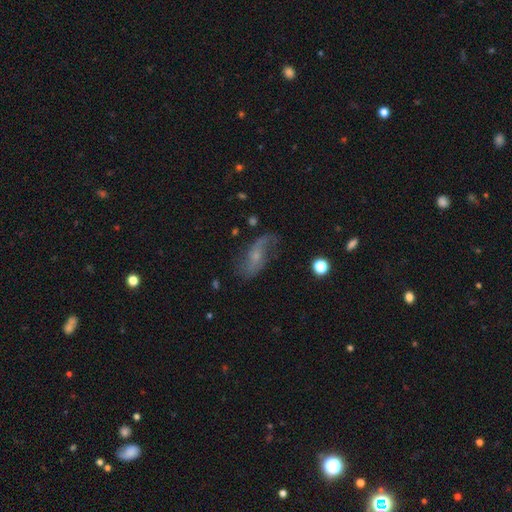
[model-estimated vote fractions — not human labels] Smooth or featured? featured or disk (69%)
Edge-on disk? no (93%)
Bar? no (53%)
Spiral arms? yes (88%)
Spiral winding? loose (74%)
Spiral arm count? 2 (80%)
Bulge size? small (65%)
Merging? none (58%)